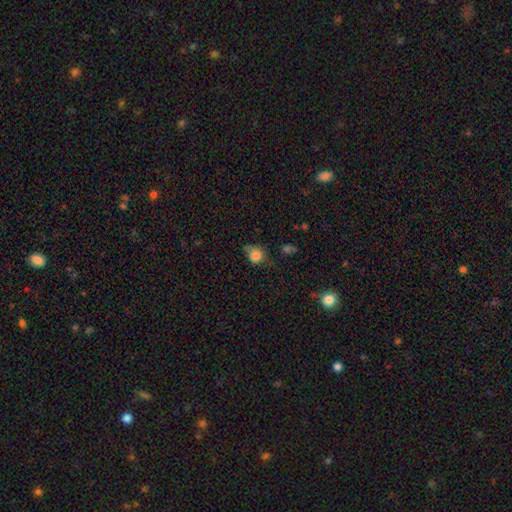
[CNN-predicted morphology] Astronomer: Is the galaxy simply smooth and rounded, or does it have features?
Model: smooth — 80%.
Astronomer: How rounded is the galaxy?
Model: round — 68%.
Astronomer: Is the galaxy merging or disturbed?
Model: none — 50% (runner-up: minor disturbance, 35%).